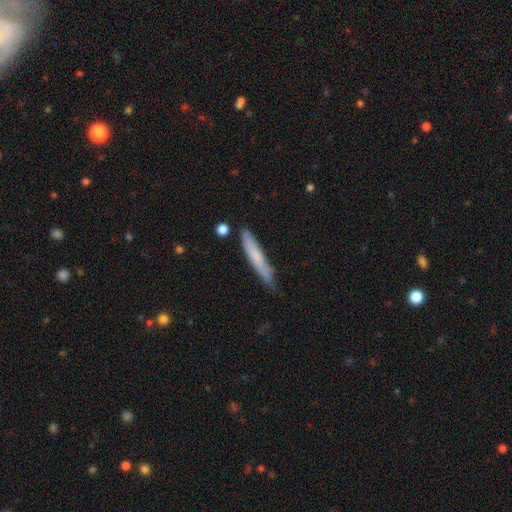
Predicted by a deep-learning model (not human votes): Smooth or featured: smooth — 68% (featured or disk — 26%)
How rounded: cigar-shaped — 93% (in between — 6%)
Merging: none — 71% (minor disturbance — 23%)